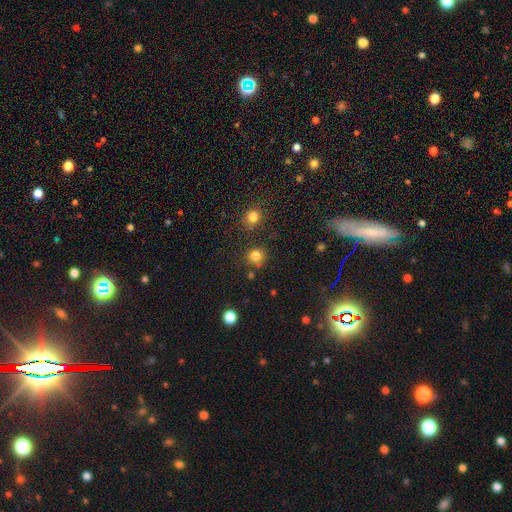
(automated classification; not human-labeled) Smooth or featured? smooth (81%)
How rounded? round (90%)
Merging? none (81%)